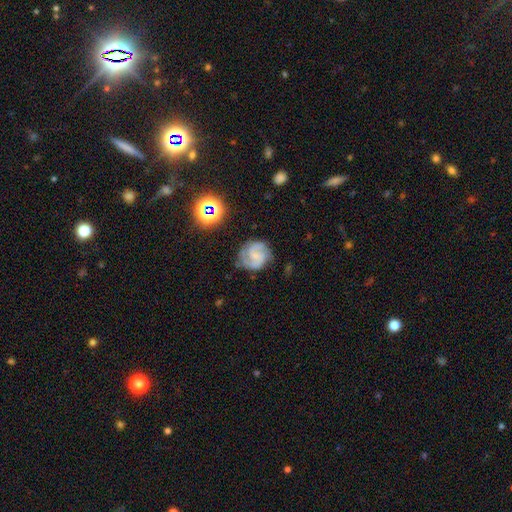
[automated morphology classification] featured or disk 79%, smooth 14%, star or artifact 7%. Down the decision tree: edge-on disk — no (98%); bar — no (52%); spiral arms — yes (96%); spiral arm count — 2 (73%); spiral winding — medium (47%); bulge size — none (43%); merging — none (71%).